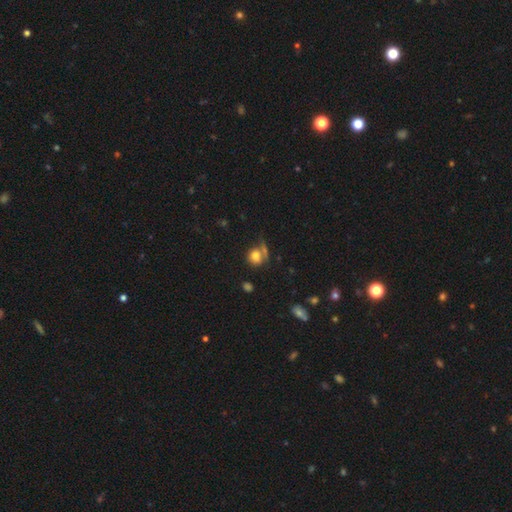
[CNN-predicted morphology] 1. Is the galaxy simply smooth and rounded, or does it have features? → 77% smooth, 13% featured or disk, 11% star or artifact.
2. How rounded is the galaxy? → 76% round, 23% in between, 2% cigar-shaped.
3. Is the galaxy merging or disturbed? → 54% none, 21% merger, 15% minor disturbance, 10% major disturbance.